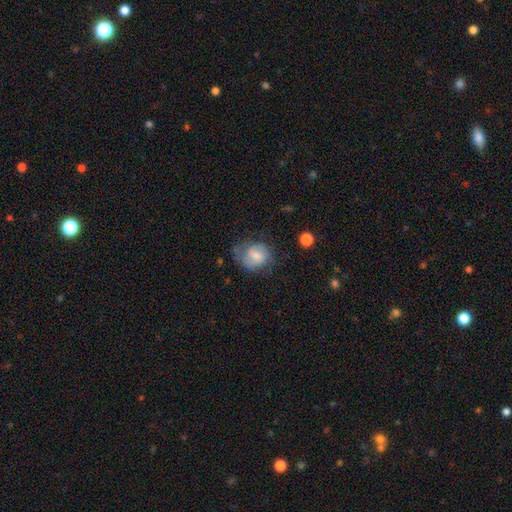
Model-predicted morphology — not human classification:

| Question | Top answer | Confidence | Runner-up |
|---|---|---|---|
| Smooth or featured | smooth | 54% | featured or disk (37%) |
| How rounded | round | 64% | in between (35%) |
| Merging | none | 46% | minor disturbance (30%) |